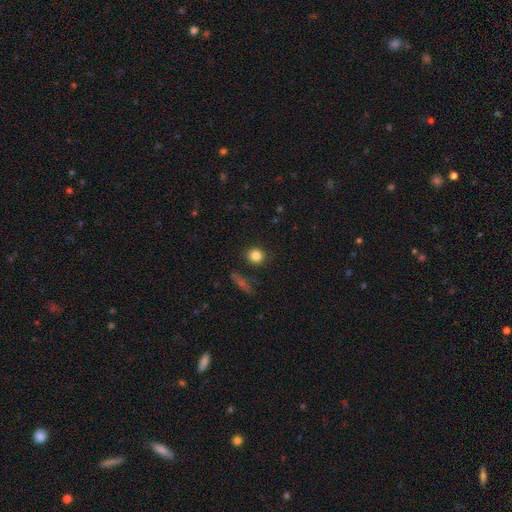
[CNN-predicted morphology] Smooth or featured: smooth — 84% (star or artifact — 11%)
How rounded: round — 90% (in between — 9%)
Merging: none — 89% (minor disturbance — 7%)